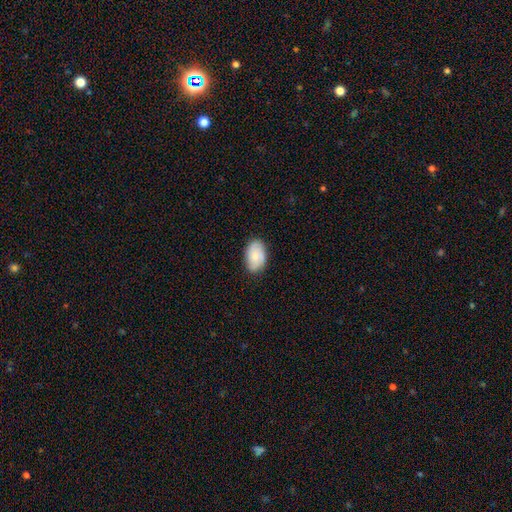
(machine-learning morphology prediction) smooth-or-featured: smooth: 69% | featured or disk: 24% | star or artifact: 7%
  how-rounded: in between: 88% | round: 11% | cigar-shaped: 1%
  merging: none: 80% | minor disturbance: 16% | major disturbance: 3% | merger: 1%